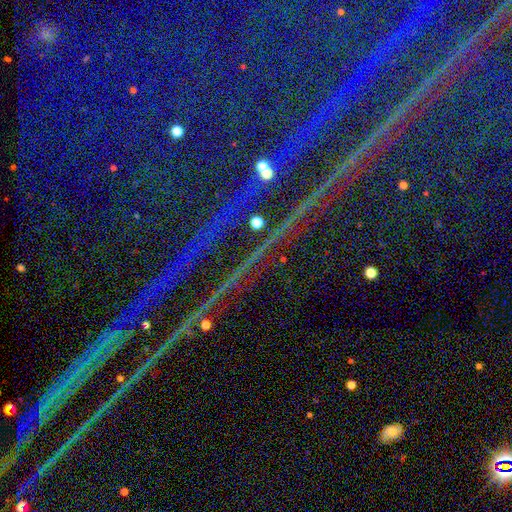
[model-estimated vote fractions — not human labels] Overall: star or artifact (88%).